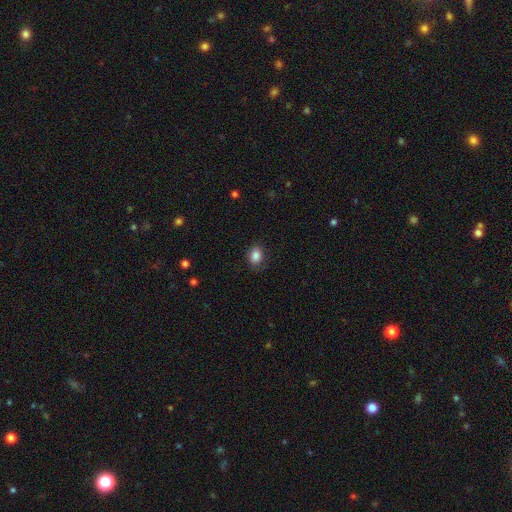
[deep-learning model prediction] smooth_or_featured: smooth (p=0.85) [alt: star or artifact p=0.10]
how_rounded: in between (p=0.54) [alt: round p=0.45]
merging: none (p=0.84) [alt: minor disturbance p=0.12]